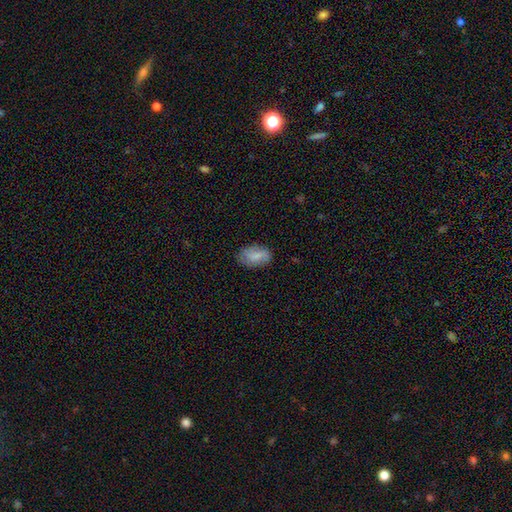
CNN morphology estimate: smooth-or-featured: smooth: 76% | featured or disk: 17% | star or artifact: 7%
  how-rounded: in between: 92% | round: 6% | cigar-shaped: 2%
  merging: none: 74% | minor disturbance: 20% | major disturbance: 5% | merger: 1%